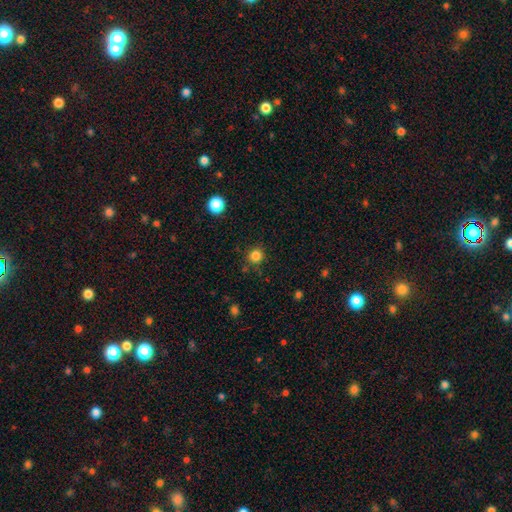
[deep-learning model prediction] Morphology: type=smooth (83%); roundness=round (93%); merging=none (86%).